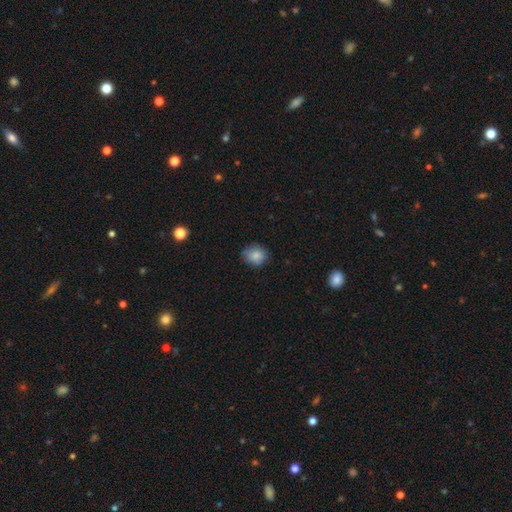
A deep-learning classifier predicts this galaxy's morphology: Overall: smooth (83%). How rounded: round (70%). Merging: none (76%).